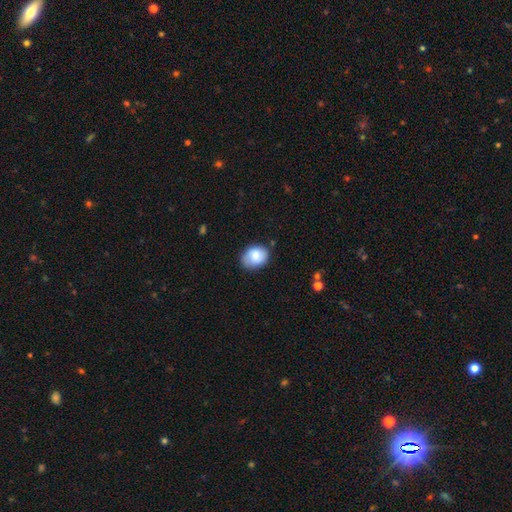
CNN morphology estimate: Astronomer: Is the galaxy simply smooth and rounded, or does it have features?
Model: smooth — 80%.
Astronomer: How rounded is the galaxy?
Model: in between — 56% (runner-up: round, 43%).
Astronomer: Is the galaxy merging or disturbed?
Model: none — 73%.